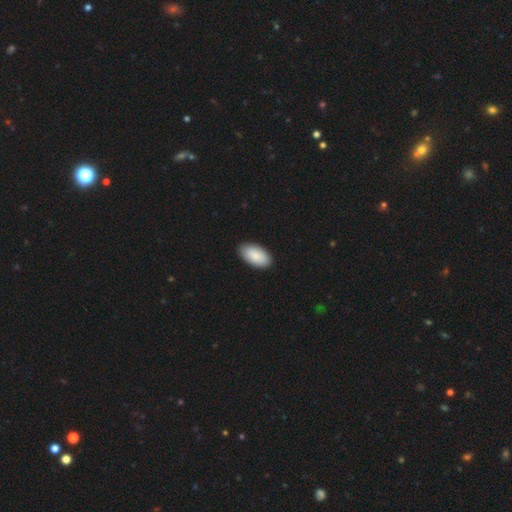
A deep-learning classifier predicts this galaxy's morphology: Smooth or featured? smooth (89%)
How rounded? in between (96%)
Merging? none (90%)